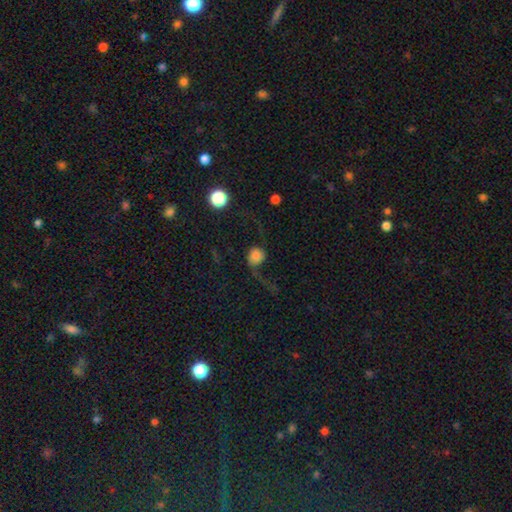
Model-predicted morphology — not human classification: This appears to be a smooth galaxy with no disk features (52%) that is round (84%). Merging: none (43%).